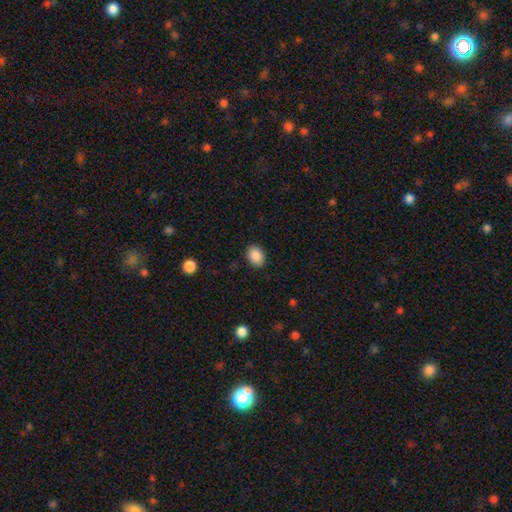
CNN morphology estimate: Smooth or featured?
  - smooth: 89% *
  - star or artifact: 8%
  - featured or disk: 3%
How rounded?
  - in between: 68% *
  - round: 31%
  - cigar-shaped: 1%
Merging?
  - none: 89% *
  - minor disturbance: 8%
  - major disturbance: 2%
  - merger: 1%